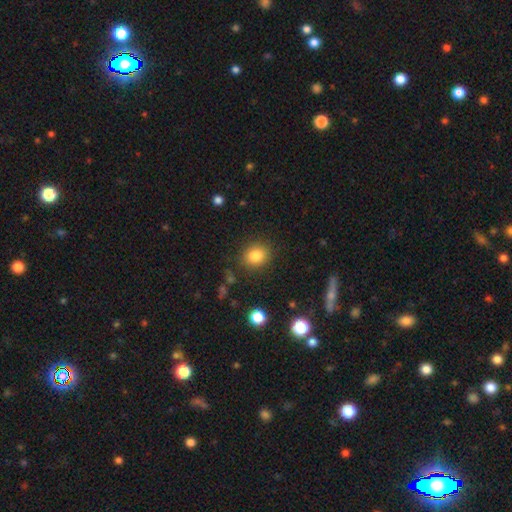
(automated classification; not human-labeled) A smooth galaxy with no disk features (83%) that is round (67%).

Vote fractions:
- Smooth or featured? smooth: 83% / star or artifact: 11% / featured or disk: 6%
- How rounded? round: 67% / in between: 32% / cigar-shaped: 1%
- Merging? none: 87% / minor disturbance: 9% / major disturbance: 3% / merger: 2%